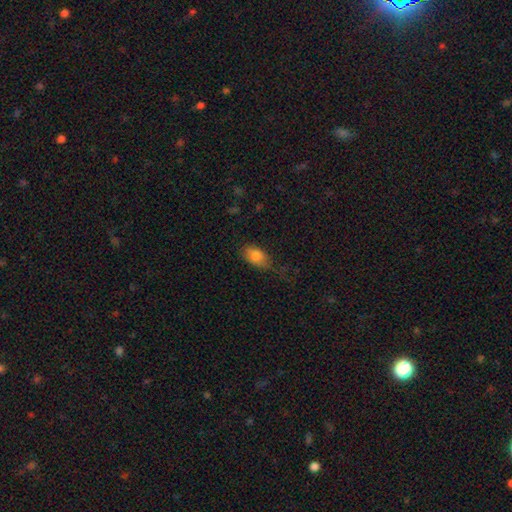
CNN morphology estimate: This appears to be a smooth galaxy with no disk features (81%) that is in between round and cigar-shaped (89%). Merging: none (50%).